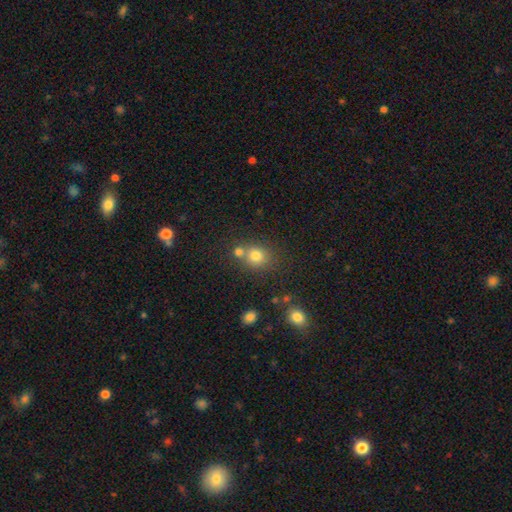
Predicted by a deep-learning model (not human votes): This is likely a smooth galaxy (77%). How rounded: clearly round (80%). Merging: possibly none (56%).